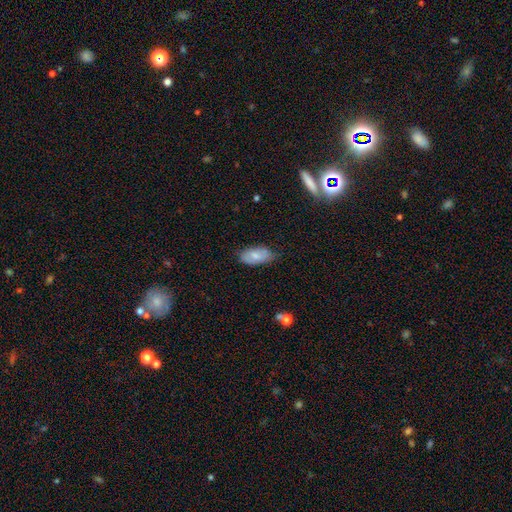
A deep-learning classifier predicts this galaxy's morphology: The model was most divided on "merging": none: 65%, minor disturbance: 28%, major disturbance: 5%, merger: 2%. More confident: how rounded — in between (93%); smooth or featured — smooth (71%).